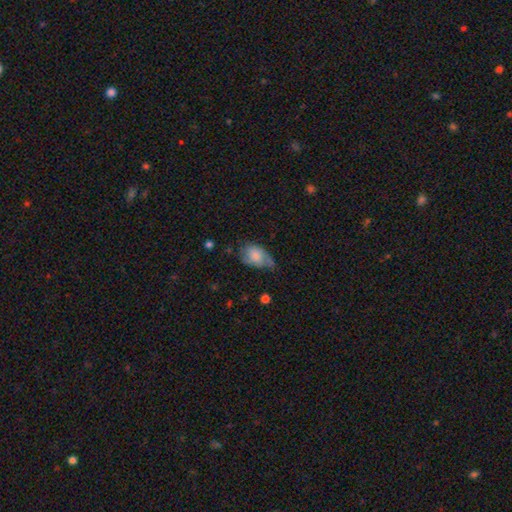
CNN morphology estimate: Smooth or featured? Predicted: smooth (p=0.66). How rounded? Predicted: in between (p=0.87). Merging? Predicted: minor disturbance (p=0.42).